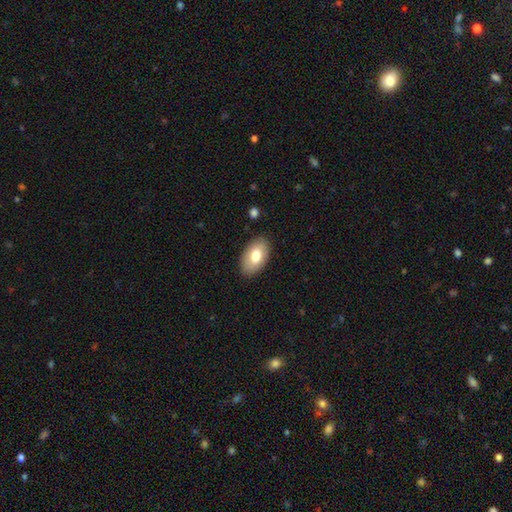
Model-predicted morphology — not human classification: Smooth or featured?
  - smooth: 76% *
  - featured or disk: 18%
  - star or artifact: 6%
How rounded?
  - in between: 94% *
  - round: 5%
  - cigar-shaped: 1%
Merging?
  - none: 86% *
  - minor disturbance: 10%
  - major disturbance: 2%
  - merger: 1%